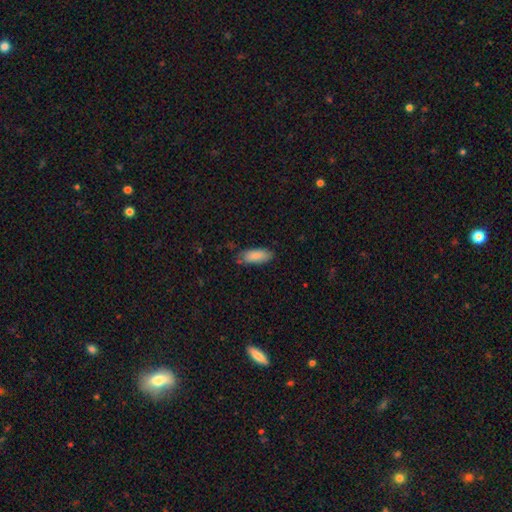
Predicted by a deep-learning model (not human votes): smooth_or_featured: smooth (p=0.86) [alt: featured or disk p=0.08]
how_rounded: in between (p=0.80) [alt: cigar-shaped p=0.18]
merging: none (p=0.75) [alt: minor disturbance p=0.20]